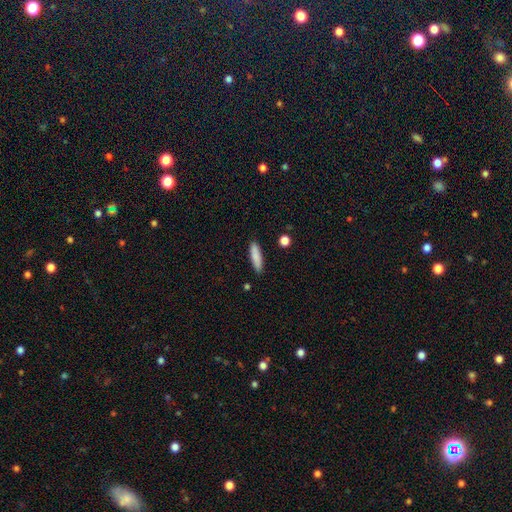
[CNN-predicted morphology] Overall: smooth (85%). How rounded: cigar-shaped (70%). Merging: none (87%).